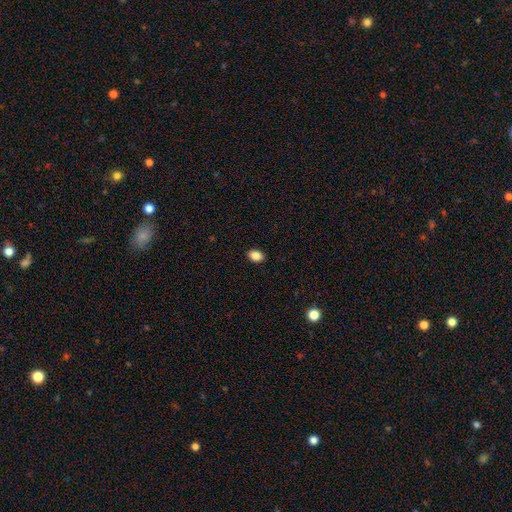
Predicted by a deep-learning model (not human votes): Morphology: type=smooth (87%); roundness=in between (74%); merging=none (91%).